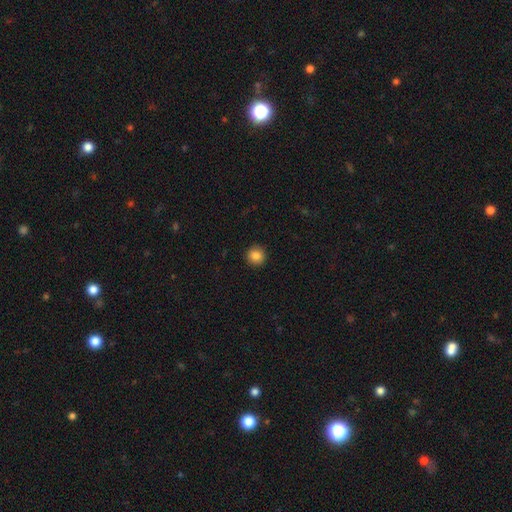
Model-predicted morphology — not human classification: This appears to be a smooth galaxy with no disk features (87%) that is round (94%). Merging: none (93%).